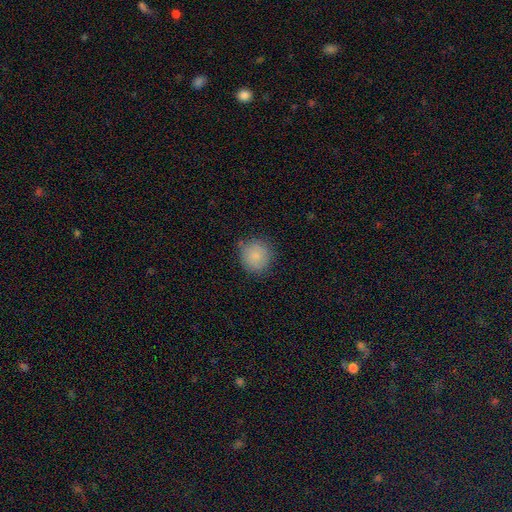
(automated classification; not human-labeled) smooth-or-featured: smooth: 85% | star or artifact: 8% | featured or disk: 6%
  how-rounded: round: 93% | in between: 6% | cigar-shaped: 1%
  merging: none: 81% | minor disturbance: 13% | major disturbance: 3% | merger: 2%